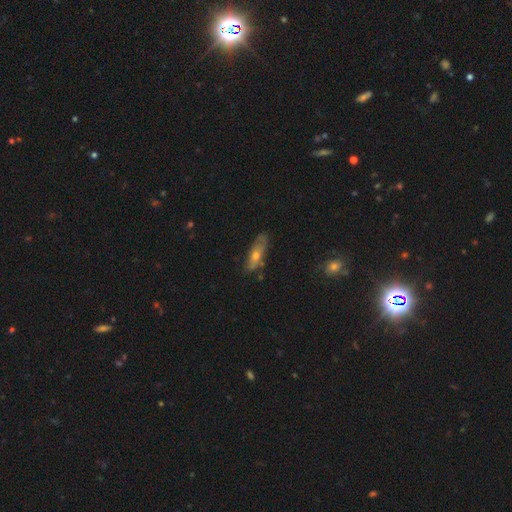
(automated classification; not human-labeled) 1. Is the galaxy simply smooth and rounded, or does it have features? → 46% smooth, 45% featured or disk, 9% star or artifact.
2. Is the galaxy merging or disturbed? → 68% none, 23% minor disturbance, 6% major disturbance, 3% merger.